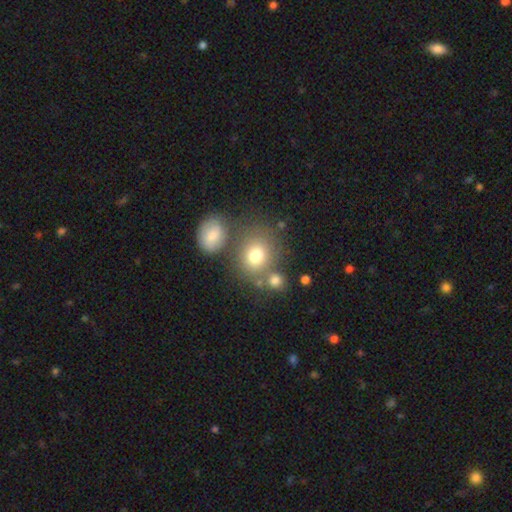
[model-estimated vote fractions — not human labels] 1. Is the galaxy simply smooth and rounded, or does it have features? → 75% smooth, 13% star or artifact, 12% featured or disk.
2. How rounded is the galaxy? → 72% round, 27% in between, 1% cigar-shaped.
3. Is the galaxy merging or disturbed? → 61% none, 20% merger, 13% minor disturbance, 6% major disturbance.